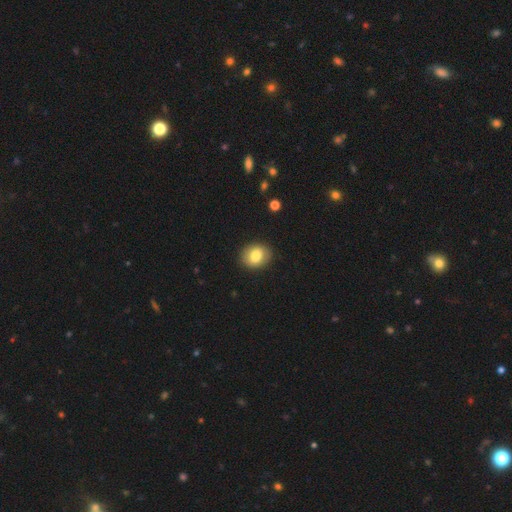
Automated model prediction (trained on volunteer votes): smooth_or_featured: smooth (p=0.81) [alt: featured or disk p=0.11]
how_rounded: in between (p=0.51) [alt: round p=0.48]
merging: none (p=0.88) [alt: minor disturbance p=0.09]